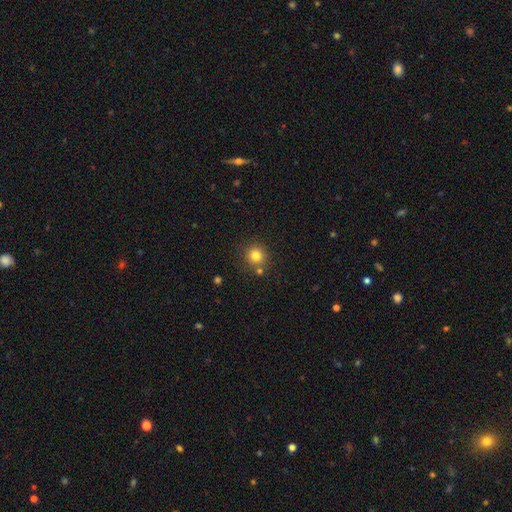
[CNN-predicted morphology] Smooth or featured? Predicted: smooth (p=0.79). How rounded? Predicted: round (p=0.92). Merging? Predicted: none (p=0.79).